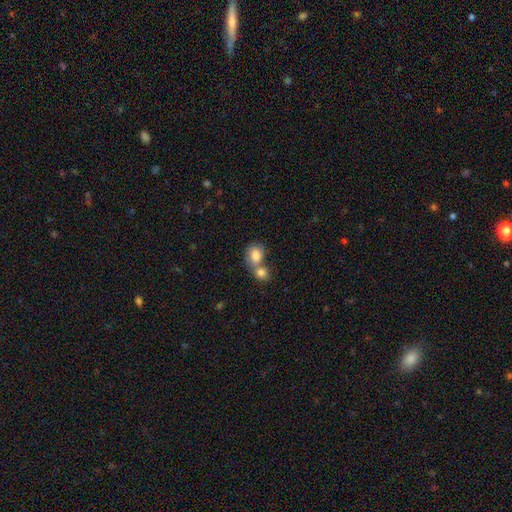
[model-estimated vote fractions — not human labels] The model was most divided on "how rounded": round: 54%, in between: 45%, cigar-shaped: 1%. More confident: smooth or featured — smooth (81%); merging — merger (64%).